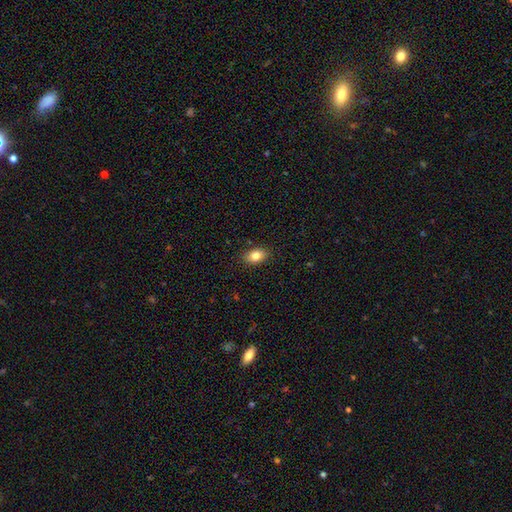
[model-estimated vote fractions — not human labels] Smooth or featured: smooth — 84% (star or artifact — 8%)
How rounded: in between — 86% (round — 13%)
Merging: none — 88% (minor disturbance — 9%)